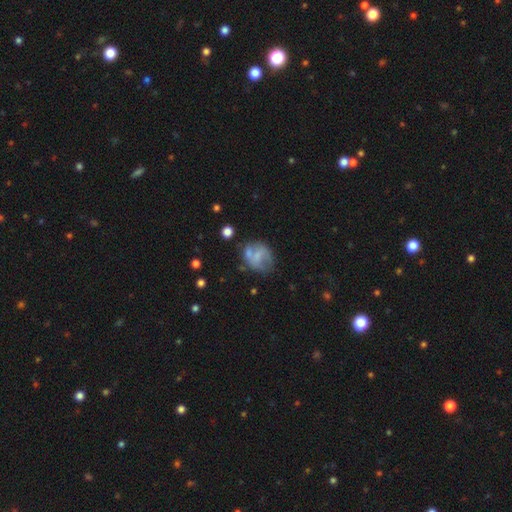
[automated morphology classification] smooth_or_featured: smooth (p=0.49) [alt: featured or disk p=0.42]
merging: none (p=0.44) [alt: minor disturbance p=0.25]